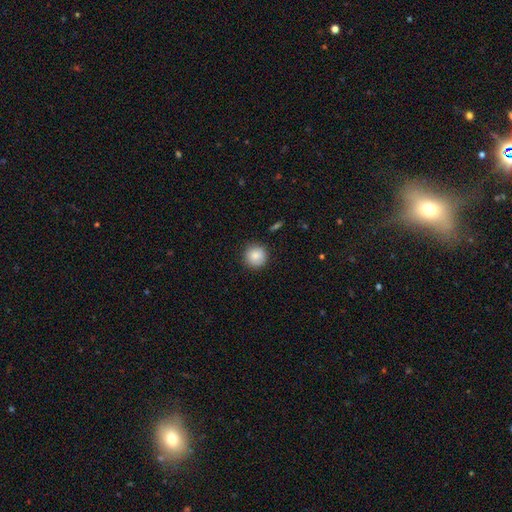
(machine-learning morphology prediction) Smooth or featured? Predicted: smooth (p=0.87). How rounded? Predicted: round (p=0.95). Merging? Predicted: none (p=0.90).